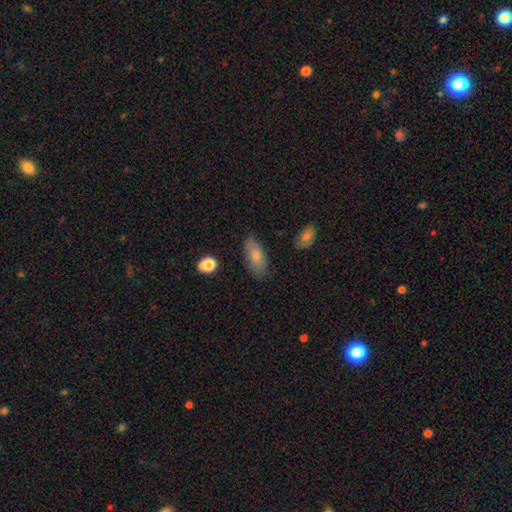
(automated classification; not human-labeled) A smooth galaxy with no disk features (77%) that is in between round and cigar-shaped (86%).

Vote fractions:
- Smooth or featured? smooth: 77% / featured or disk: 16% / star or artifact: 7%
- How rounded? in between: 86% / cigar-shaped: 11% / round: 3%
- Merging? none: 76% / minor disturbance: 18% / major disturbance: 4% / merger: 2%